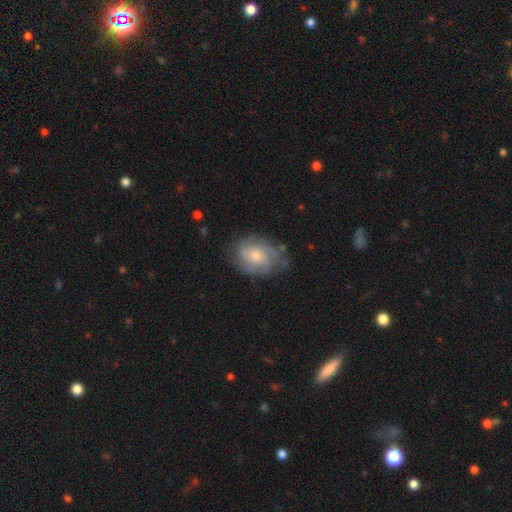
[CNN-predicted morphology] smooth_or_featured: featured or disk (p=0.59) [alt: smooth p=0.34]
disk_edge_on: no (p=0.97) [alt: yes p=0.03]
bar: no (p=0.75) [alt: weak p=0.22]
has_spiral_arms: yes (p=0.81) [alt: no p=0.19]
bulge_size: moderate (p=0.48) [alt: small p=0.38]
merging: none (p=0.66) [alt: minor disturbance p=0.23]